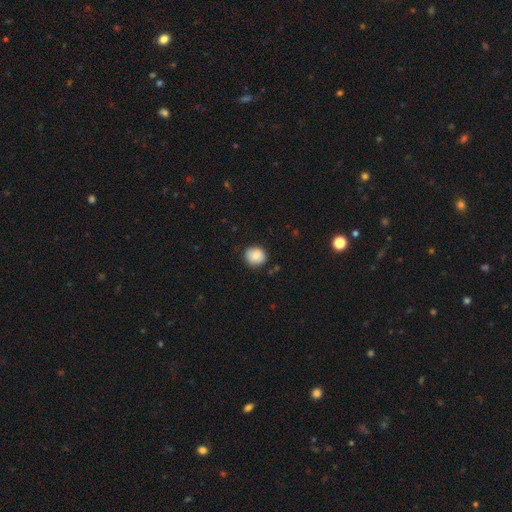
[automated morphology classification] smooth_or_featured: smooth (p=0.80) [alt: featured or disk p=0.12]
how_rounded: round (p=0.84) [alt: in between p=0.15]
merging: none (p=0.84) [alt: minor disturbance p=0.12]